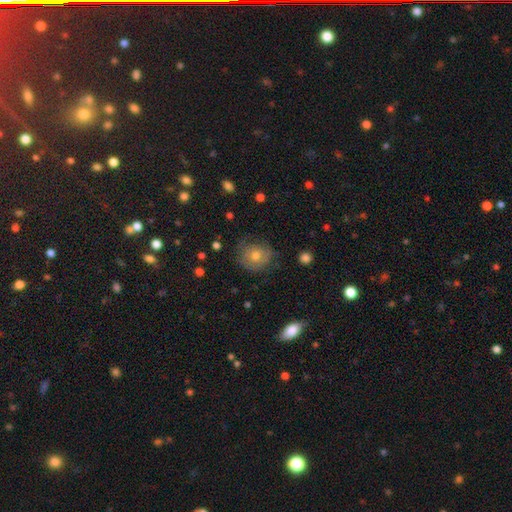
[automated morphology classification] Overall: smooth (51%; featured or disk 34%). How rounded: round (80%). Merging: none (72%).